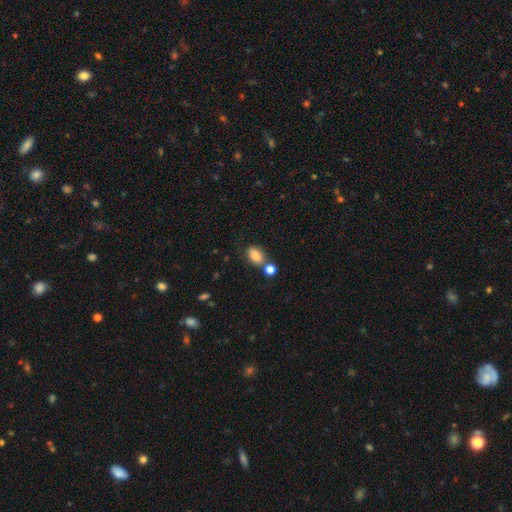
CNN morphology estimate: Smooth or featured: smooth — 83% (star or artifact — 9%)
How rounded: in between — 79% (round — 20%)
Merging: none — 61% (merger — 22%)